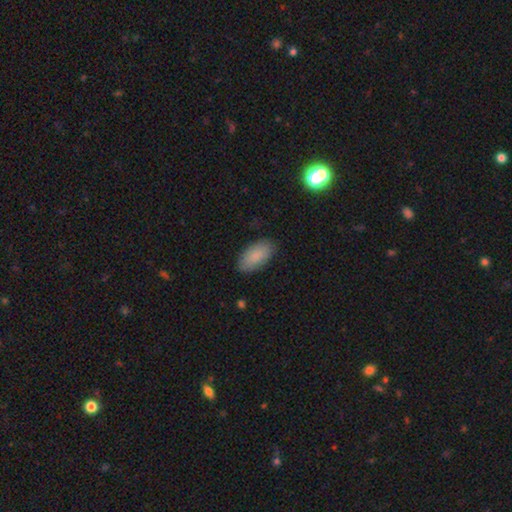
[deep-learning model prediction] Morphology: type=smooth (86%); roundness=in between (94%); merging=none (86%).